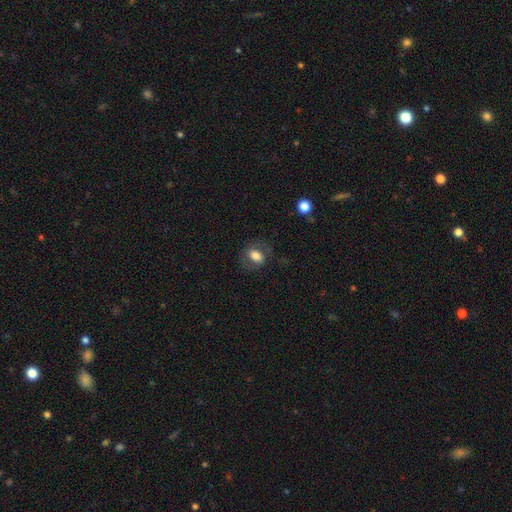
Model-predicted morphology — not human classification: A smooth galaxy with no disk features (64%) that is in between round and cigar-shaped (67%). Merging: none (67%).